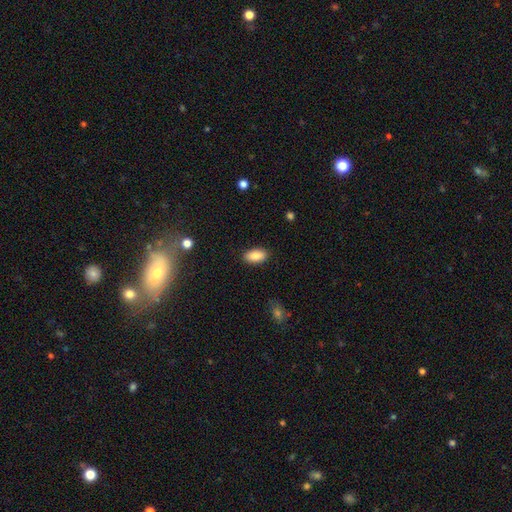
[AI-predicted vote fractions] A smooth galaxy with no disk features (87%) that is in between round and cigar-shaped (93%). Merging: none (88%).